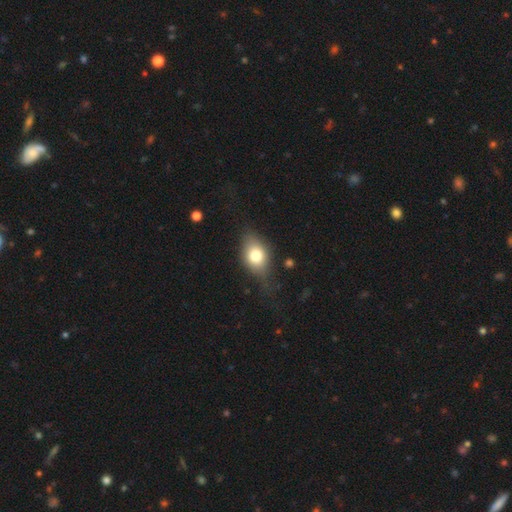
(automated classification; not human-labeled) Smooth or featured?
  - smooth: 75% *
  - featured or disk: 16%
  - star or artifact: 9%
How rounded?
  - in between: 73% *
  - round: 25%
  - cigar-shaped: 2%
Merging?
  - none: 62% *
  - minor disturbance: 26%
  - major disturbance: 10%
  - merger: 2%